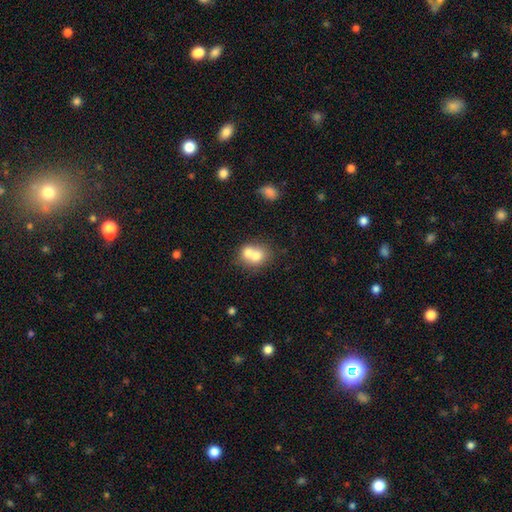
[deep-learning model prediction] Morphology: type=smooth (68%); roundness=round (62%); merging=merger (66%).